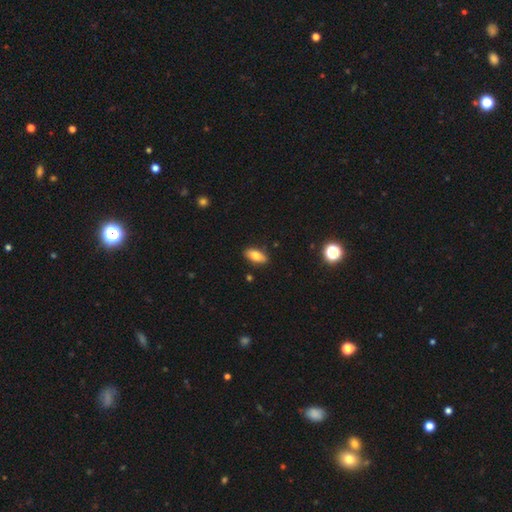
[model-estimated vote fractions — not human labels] A smooth galaxy with no disk features (76%) that is in between round and cigar-shaped (85%).

Vote fractions:
- Smooth or featured? smooth: 76% / featured or disk: 16% / star or artifact: 8%
- How rounded? in between: 85% / cigar-shaped: 11% / round: 3%
- Merging? none: 88% / minor disturbance: 9% / major disturbance: 2% / merger: 2%